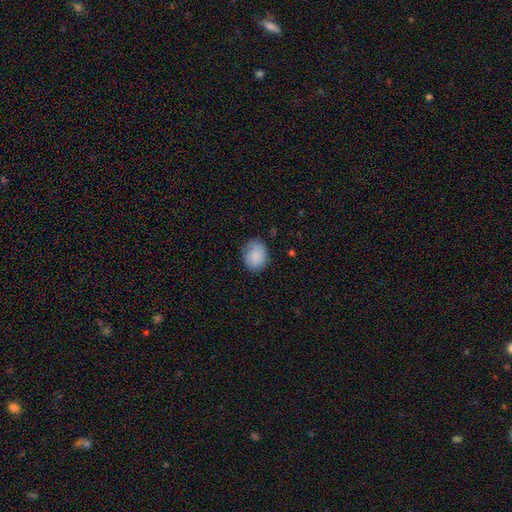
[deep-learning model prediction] Q: Smooth or featured?
A: smooth (87%); runner-up: star or artifact (7%)
Q: How rounded?
A: round (53%); runner-up: in between (46%)
Q: Merging?
A: none (74%); runner-up: minor disturbance (21%)